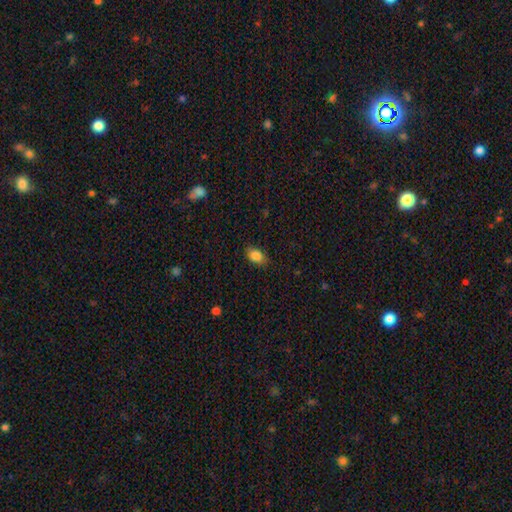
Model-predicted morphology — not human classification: The model was most divided on "merging": none: 84%, minor disturbance: 12%, major disturbance: 3%, merger: 1%. More confident: smooth or featured — smooth (86%); how rounded — in between (86%).